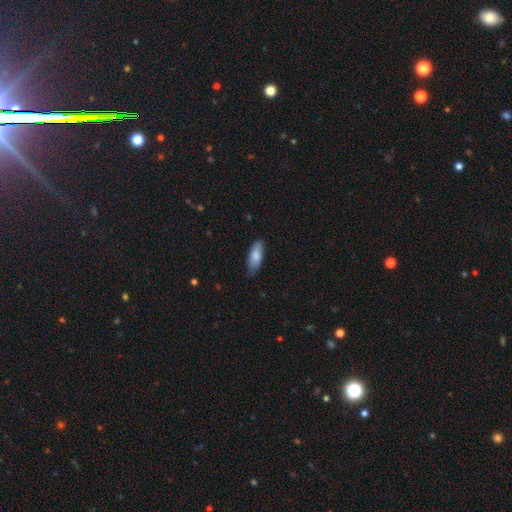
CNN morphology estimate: This is likely a smooth galaxy (78%). How rounded: likely in between (76%). Merging: likely none (74%).